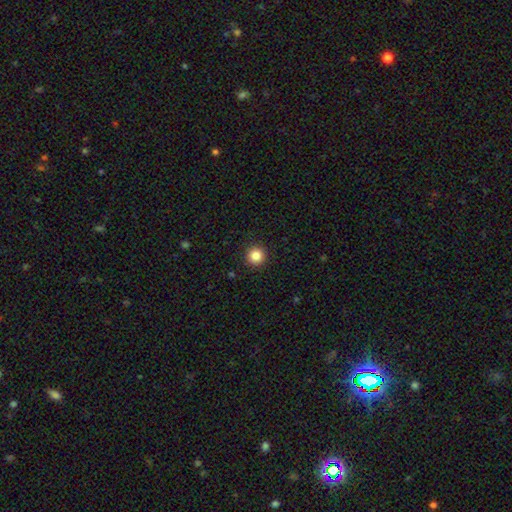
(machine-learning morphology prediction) This appears to be a smooth galaxy with no disk features (85%) that is round (96%). Merging: none (93%).